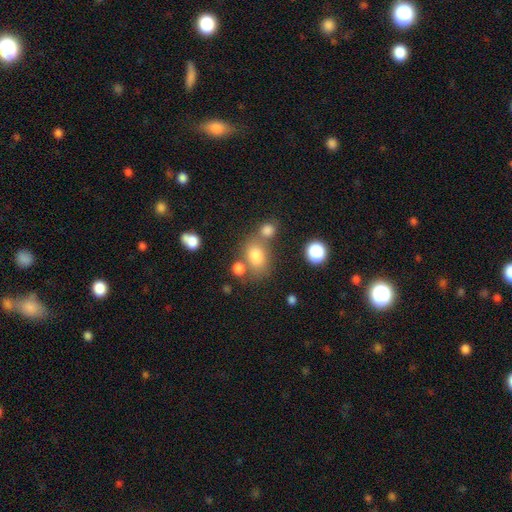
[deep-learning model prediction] A smooth galaxy with no disk features (76%) that is in between round and cigar-shaped (60%). Merging: none (56%).